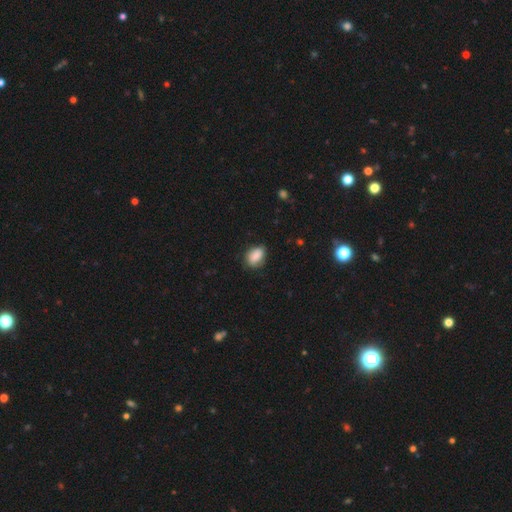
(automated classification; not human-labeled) This is clearly a smooth galaxy (87%). How rounded: clearly in between (83%). Merging: likely none (68%).